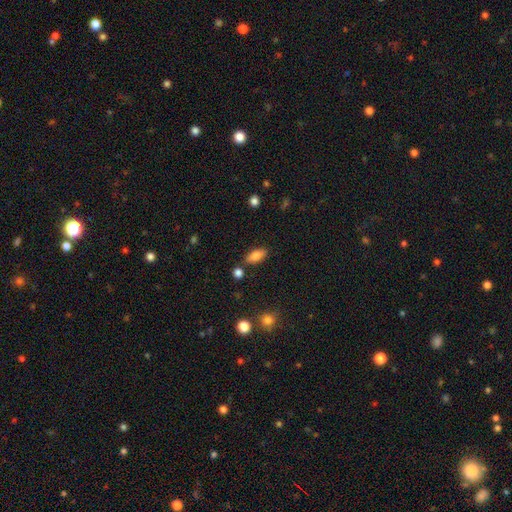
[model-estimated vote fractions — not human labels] Morphology: type=smooth (81%); roundness=in between (84%); merging=none (81%).